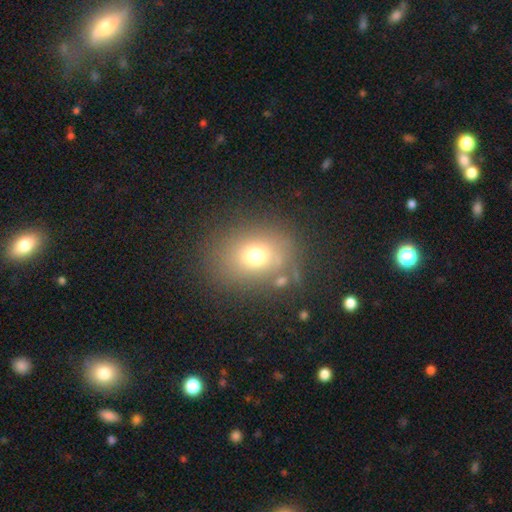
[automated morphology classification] smooth_or_featured: smooth (p=0.70) [alt: star or artifact p=0.16]
how_rounded: round (p=0.53) [alt: in between p=0.46]
merging: none (p=0.74) [alt: minor disturbance p=0.13]